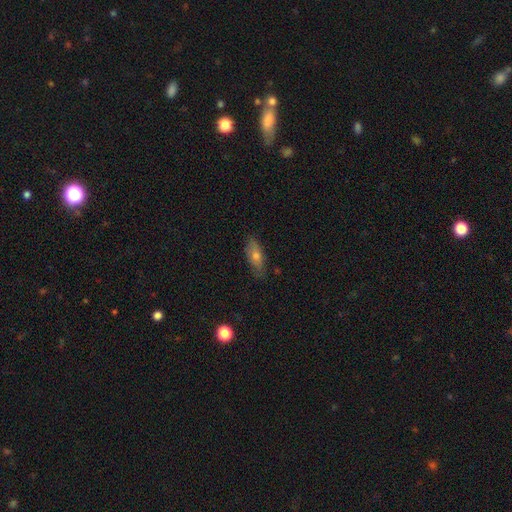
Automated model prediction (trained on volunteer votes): A smooth galaxy with no disk features (60%) that is in between round and cigar-shaped (60%). Merging: none (82%).